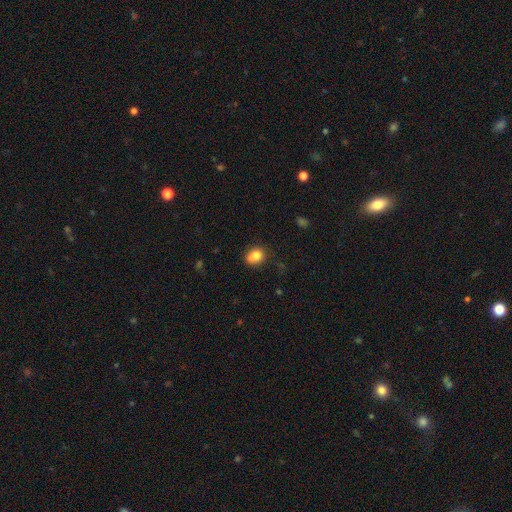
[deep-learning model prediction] A smooth galaxy with no disk features (80%) that is round (55%).

Vote fractions:
- Smooth or featured? smooth: 80% / star or artifact: 10% / featured or disk: 9%
- How rounded? round: 55% / in between: 44% / cigar-shaped: 1%
- Merging? none: 59% / minor disturbance: 24% / merger: 11% / major disturbance: 7%